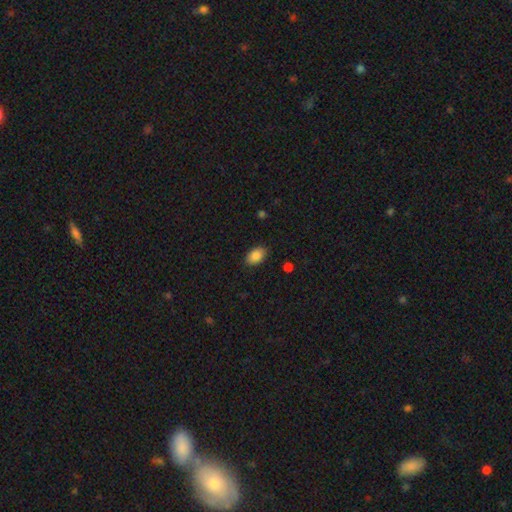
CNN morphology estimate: Smooth or featured: smooth — 88% (star or artifact — 8%)
How rounded: in between — 90% (round — 9%)
Merging: none — 86% (minor disturbance — 10%)